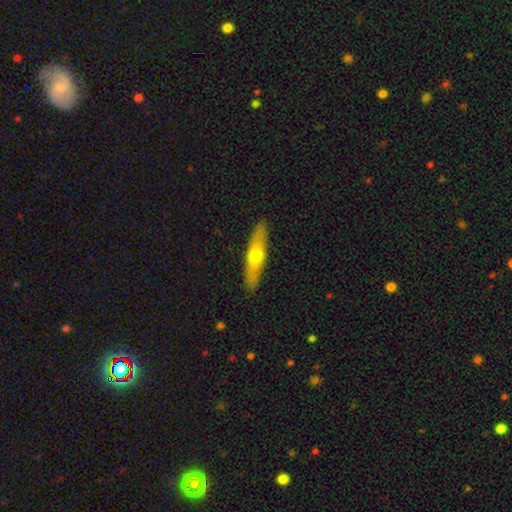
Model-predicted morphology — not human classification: Smooth or featured? Predicted: smooth (p=0.49). Merging? Predicted: none (p=0.90).